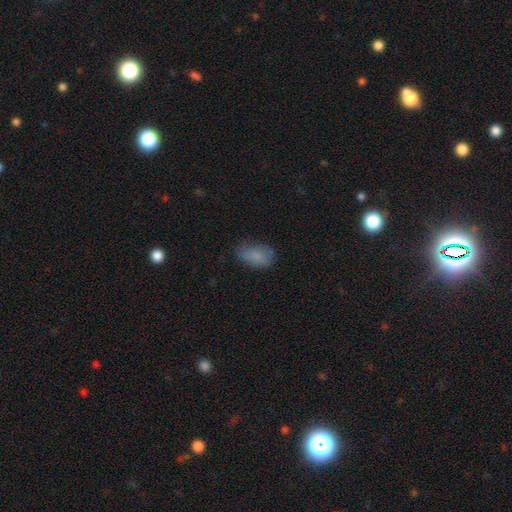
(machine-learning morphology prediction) smooth 82%, featured or disk 10%, star or artifact 8%. Down the decision tree: how rounded — in between (90%); merging — none (68%).